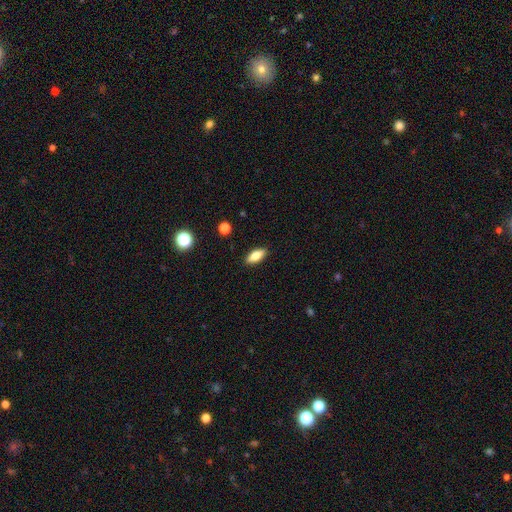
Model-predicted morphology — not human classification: Smooth or featured? smooth (77%)
How rounded? in between (79%)
Merging? none (89%)